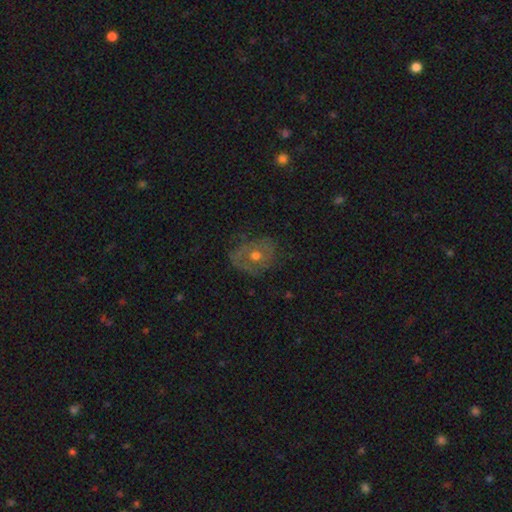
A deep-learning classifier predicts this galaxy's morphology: Smooth or featured: featured or disk — 56% (smooth — 34%)
Edge-on disk: no — 95% (yes — 5%)
Bar: no — 86% (weak — 11%)
Spiral arms: no — 60% (yes — 40%)
Bulge size: moderate — 74% (small — 19%)
Merging: none — 62% (minor disturbance — 23%)